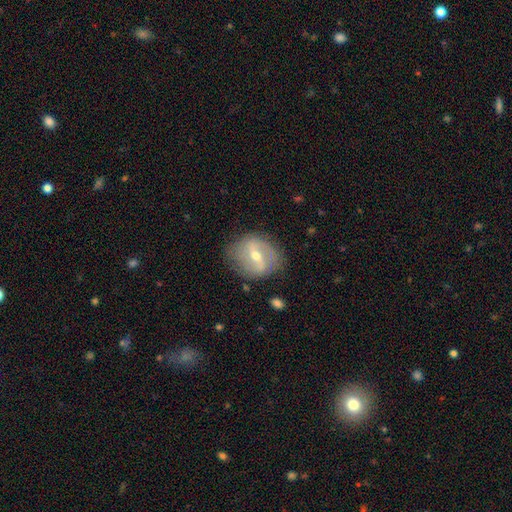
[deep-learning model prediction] This appears to be a featured or disk galaxy (74%) with a weak bar (43%, tied with strong), 2 (78%) medium (41%) spiral arms (76%) and a moderate central bulge (57%). Merging: none (74%).